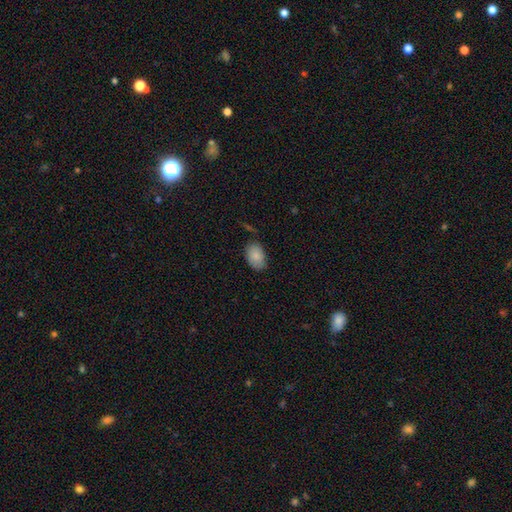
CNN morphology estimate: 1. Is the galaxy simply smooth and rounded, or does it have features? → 86% smooth, 7% featured or disk, 7% star or artifact.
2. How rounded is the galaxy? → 90% in between, 9% round, 1% cigar-shaped.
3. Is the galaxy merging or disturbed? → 77% none, 17% minor disturbance, 3% major disturbance, 3% merger.